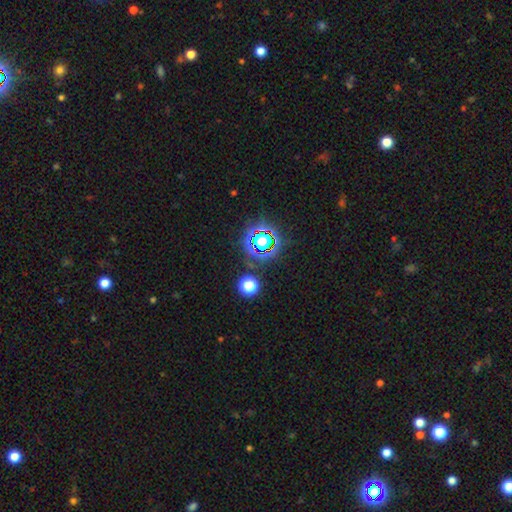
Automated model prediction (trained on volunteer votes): Smooth or featured? star or artifact (78%)